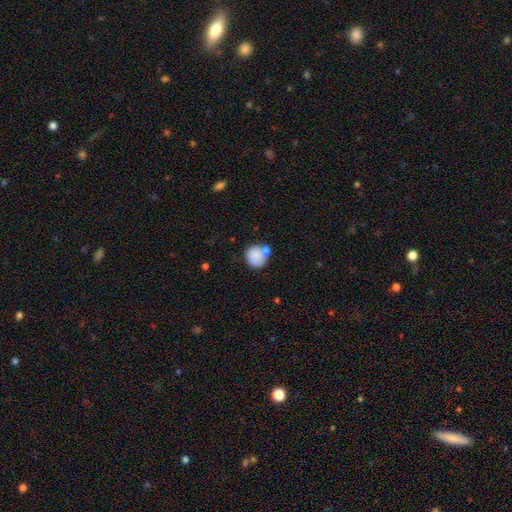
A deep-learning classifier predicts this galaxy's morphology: Q: Smooth or featured?
A: smooth (80%); runner-up: featured or disk (12%)
Q: How rounded?
A: round (77%); runner-up: in between (22%)
Q: Merging?
A: none (45%); runner-up: merger (31%)